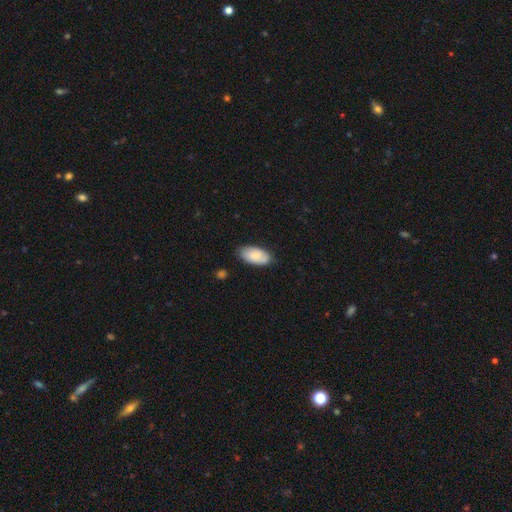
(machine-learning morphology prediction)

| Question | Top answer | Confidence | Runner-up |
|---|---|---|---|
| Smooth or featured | smooth | 79% | featured or disk (15%) |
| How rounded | in between | 93% | cigar-shaped (4%) |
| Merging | none | 78% | minor disturbance (18%) |